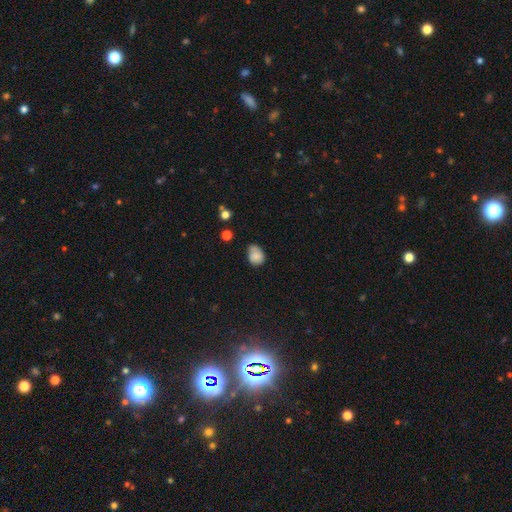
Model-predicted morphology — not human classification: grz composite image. It shows a smooth galaxy with no disk features (82%) that is in between round and cigar-shaped (60%). Merging: none (48%).